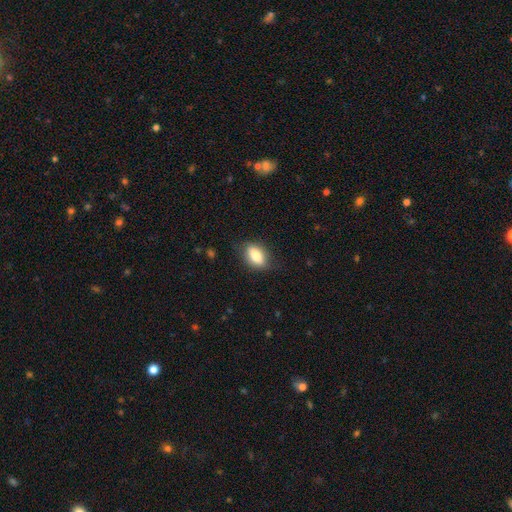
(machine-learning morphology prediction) This appears to be a smooth galaxy with no disk features (78%) that is in between round and cigar-shaped (84%). Merging: none (77%).